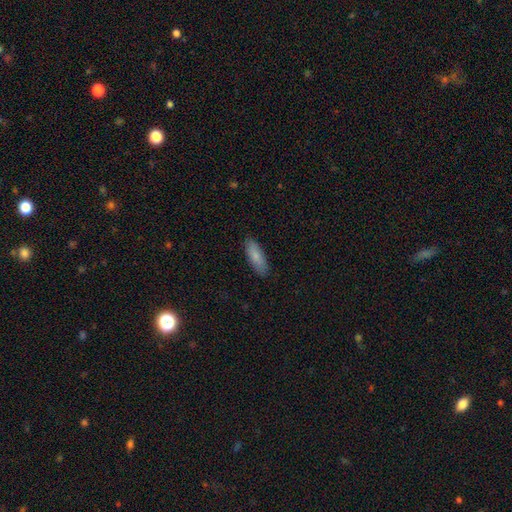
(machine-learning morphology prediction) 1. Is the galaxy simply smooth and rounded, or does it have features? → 83% smooth, 11% featured or disk, 6% star or artifact.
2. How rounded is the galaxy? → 60% in between, 38% cigar-shaped, 2% round.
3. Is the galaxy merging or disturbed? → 88% none, 9% minor disturbance, 2% major disturbance, 1% merger.